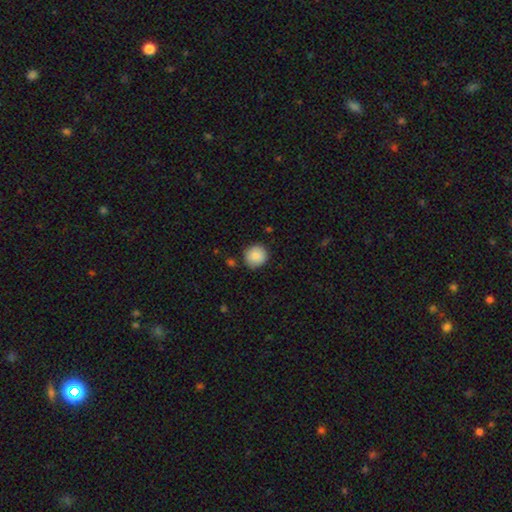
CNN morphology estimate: This is clearly a smooth galaxy (87%). How rounded: clearly round (91%). Merging: clearly none (86%).